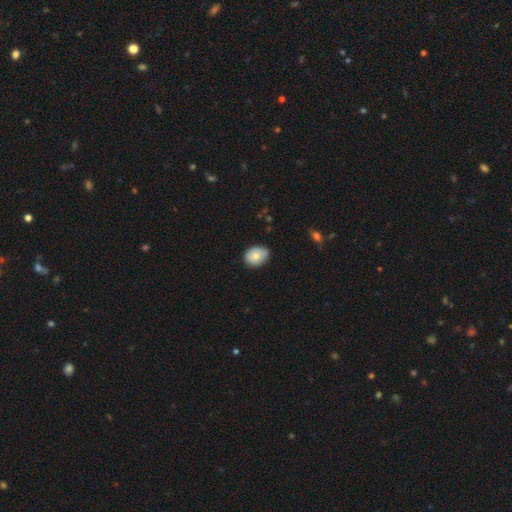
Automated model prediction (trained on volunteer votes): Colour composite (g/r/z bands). It shows a smooth galaxy with no disk features (77%) that is in between round and cigar-shaped (63%). Merging: none (81%).